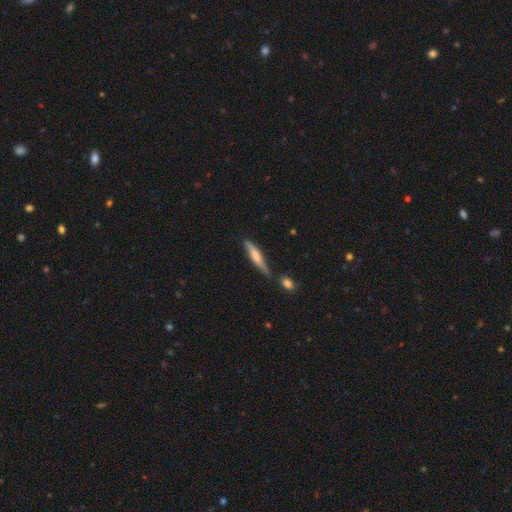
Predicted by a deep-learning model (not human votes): Smooth or featured? Predicted: smooth (p=0.61). How rounded? Predicted: cigar-shaped (p=0.86). Merging? Predicted: none (p=0.60).